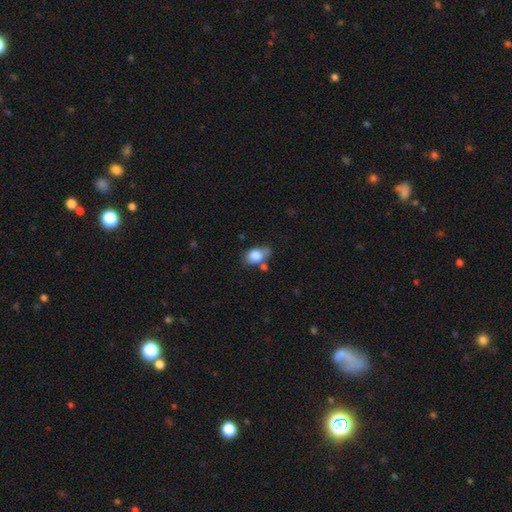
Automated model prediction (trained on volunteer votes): Smooth or featured: smooth — 81% (featured or disk — 10%)
How rounded: in between — 75% (round — 23%)
Merging: none — 48% (minor disturbance — 27%)